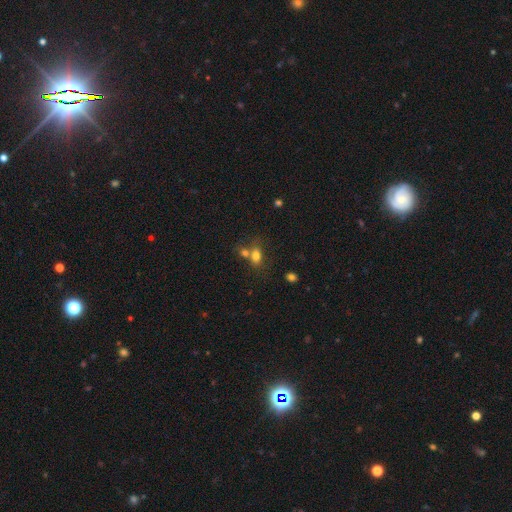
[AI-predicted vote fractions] Smooth or featured? smooth (76%)
How rounded? in between (75%)
Merging? merger (43%)